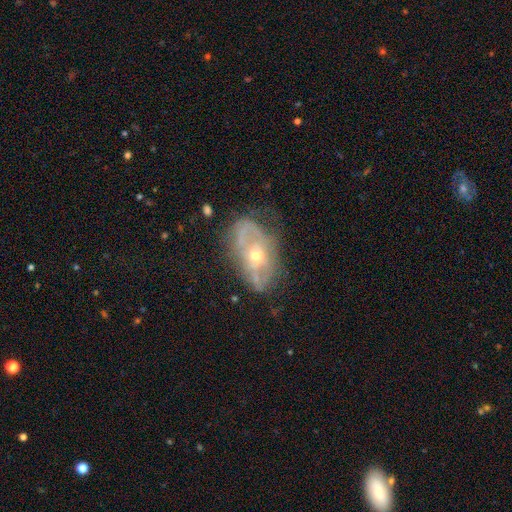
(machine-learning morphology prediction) This appears to be a featured or disk galaxy (69%) with no bar (78%), no spiral arms (53%) and a small central bulge (48%, tied with moderate). Merging: none (45%).